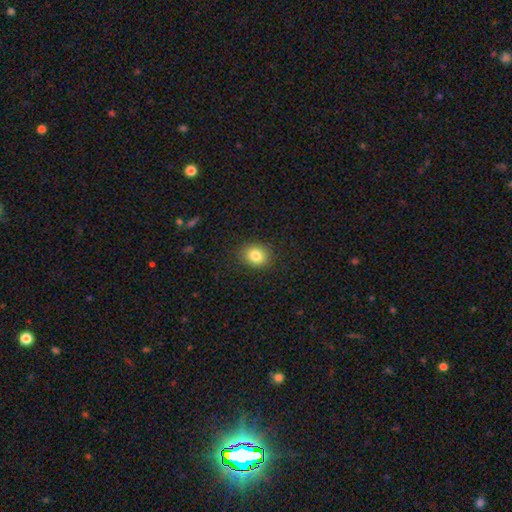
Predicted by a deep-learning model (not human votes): This is clearly a smooth galaxy (83%). How rounded: likely round (60%). Merging: clearly none (88%).